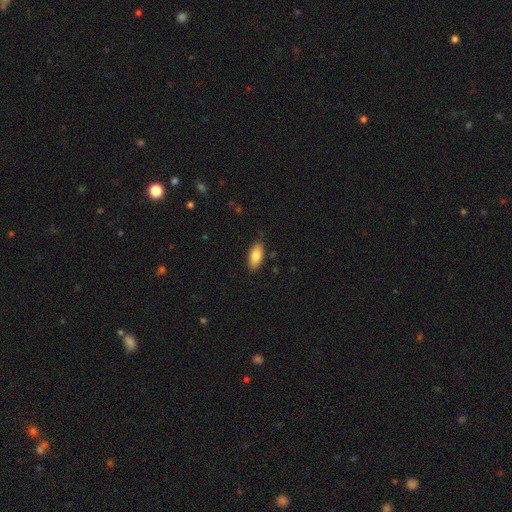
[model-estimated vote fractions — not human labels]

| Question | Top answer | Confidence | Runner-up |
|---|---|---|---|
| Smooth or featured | smooth | 83% | featured or disk (11%) |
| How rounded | in between | 88% | cigar-shaped (10%) |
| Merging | none | 78% | minor disturbance (18%) |